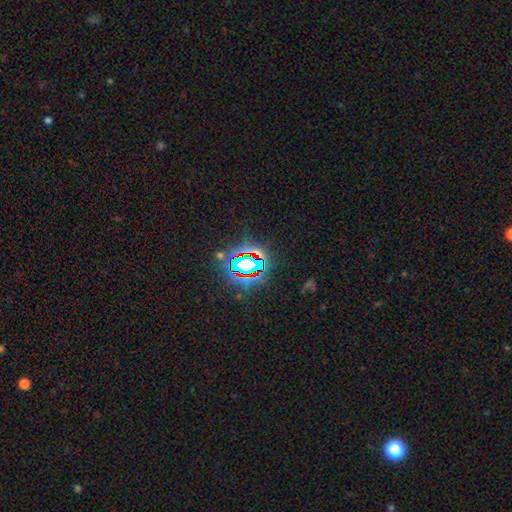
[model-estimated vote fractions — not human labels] Overall: star or artifact (72%).